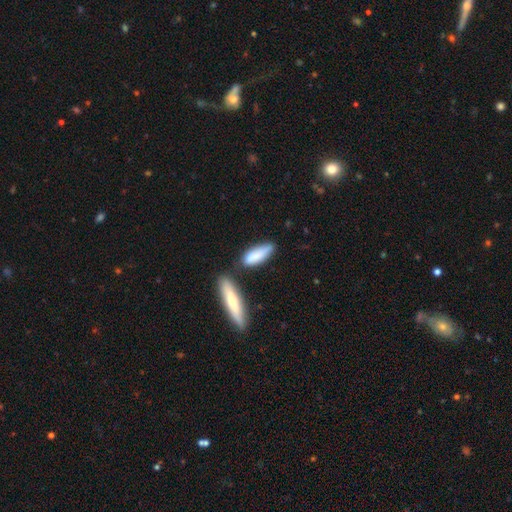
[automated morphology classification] smooth-or-featured: smooth: 79% | featured or disk: 15% | star or artifact: 6%
  how-rounded: cigar-shaped: 53% | in between: 45% | round: 2%
  merging: none: 52% | minor disturbance: 23% | merger: 20% | major disturbance: 6%